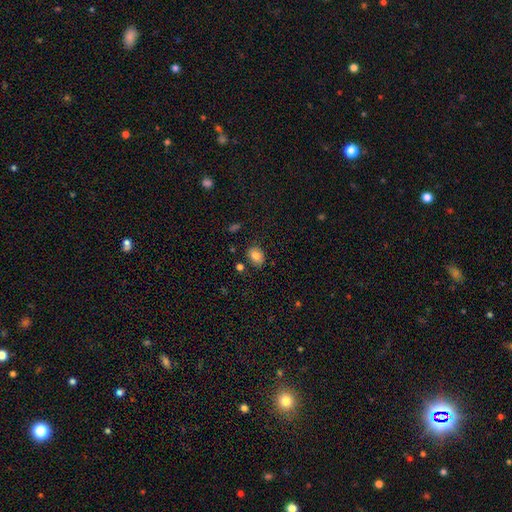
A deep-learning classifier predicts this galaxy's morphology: smooth_or_featured: smooth (p=0.81) [alt: star or artifact p=0.10]
how_rounded: in between (p=0.57) [alt: round p=0.42]
merging: none (p=0.81) [alt: minor disturbance p=0.13]